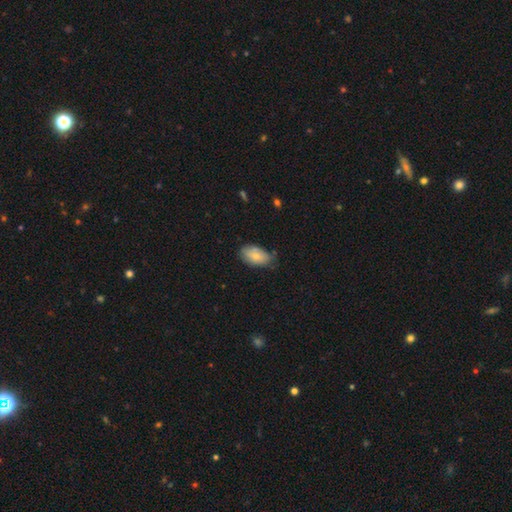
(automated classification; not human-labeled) Overall: smooth (72%). How rounded: in between (92%). Merging: none (63%; minor disturbance 30%).